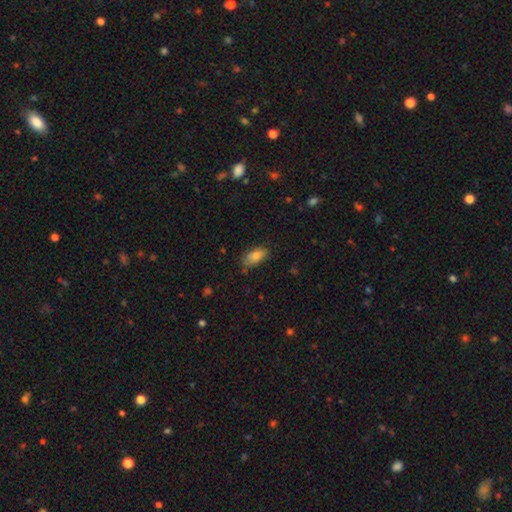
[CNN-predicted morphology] This appears to be a smooth galaxy with no disk features (80%) that is in between round and cigar-shaped (87%). Merging: none (72%).